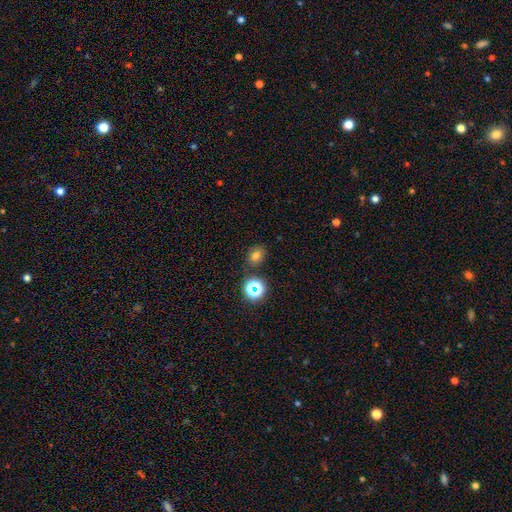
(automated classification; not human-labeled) This appears to be a smooth galaxy with no disk features (69%) that is round (55%). Merging: none (81%).